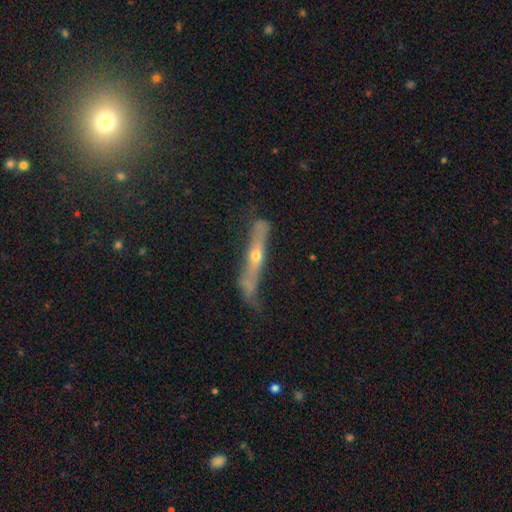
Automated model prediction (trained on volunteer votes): This is likely a featured or disk galaxy (69%). It is clearly viewed edge-on (80%). Edge-on bulge: clearly rounded (83%). Merging: likely none (61%).